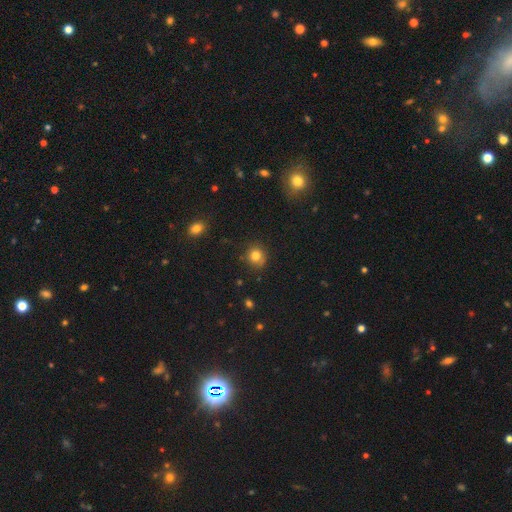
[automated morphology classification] Smooth or featured? smooth (81%)
How rounded? round (85%)
Merging? none (80%)